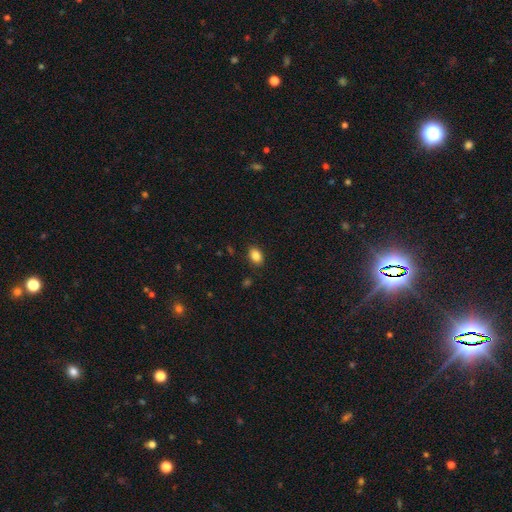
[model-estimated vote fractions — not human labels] Smooth or featured? Predicted: smooth (p=0.86). How rounded? Predicted: in between (p=0.81). Merging? Predicted: none (p=0.87).